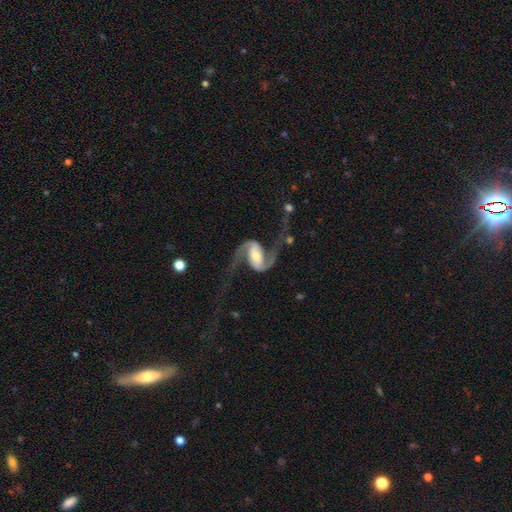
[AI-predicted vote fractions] The model was most divided on "bar": strong: 45%, weak: 35%, no: 20%. More confident: spiral arms — yes (97%); edge-on disk — no (97%); spiral arm count — 2 (94%); smooth or featured — featured or disk (92%); spiral winding — loose (74%); merging — none (62%); bulge size — moderate (58%).